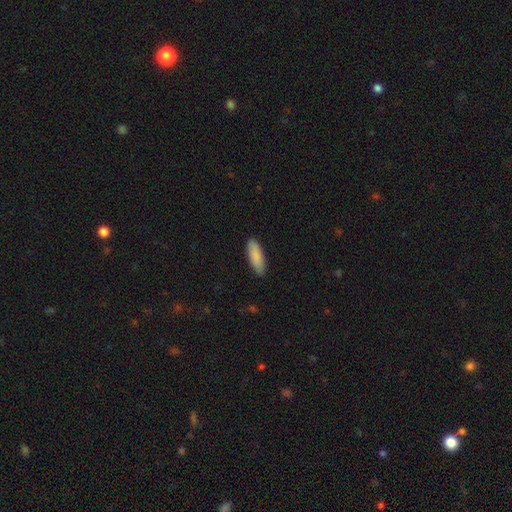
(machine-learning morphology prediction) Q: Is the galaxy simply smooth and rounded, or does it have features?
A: smooth — 88%.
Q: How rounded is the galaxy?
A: in between — 56%.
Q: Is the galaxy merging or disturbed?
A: none — 87%.